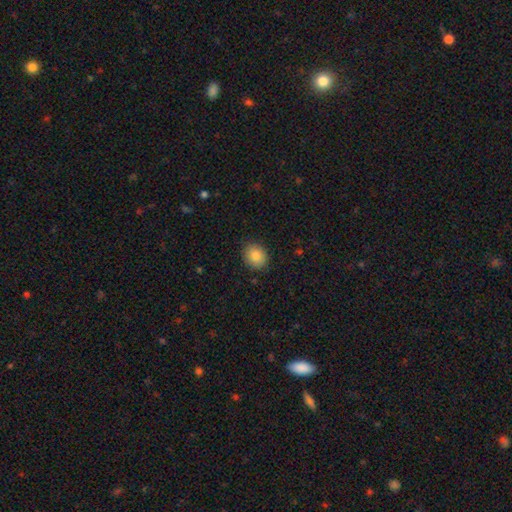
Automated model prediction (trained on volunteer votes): A smooth galaxy with no disk features (85%) that is round (66%). Merging: none (89%).